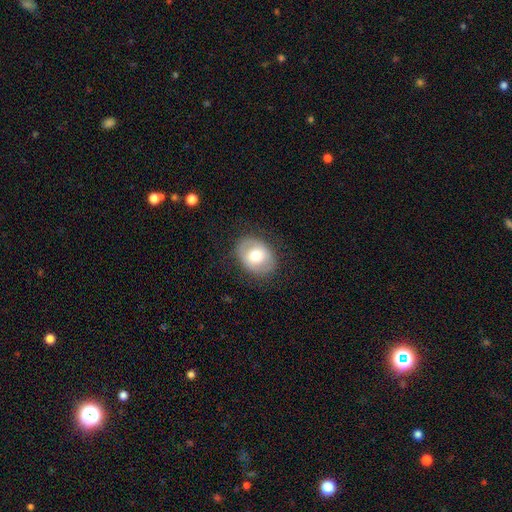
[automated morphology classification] The model was most divided on "how rounded": in between: 58%, round: 42%, cigar-shaped: 1%. More confident: merging — none (80%); smooth or featured — smooth (60%).